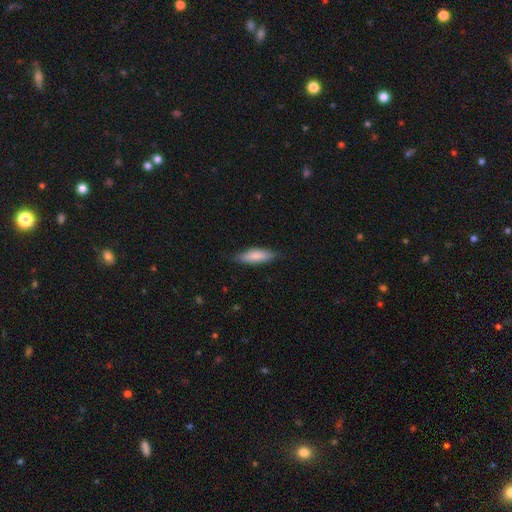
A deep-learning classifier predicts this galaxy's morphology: type=smooth (79%); roundness=in between (51%); merging=none (78%).